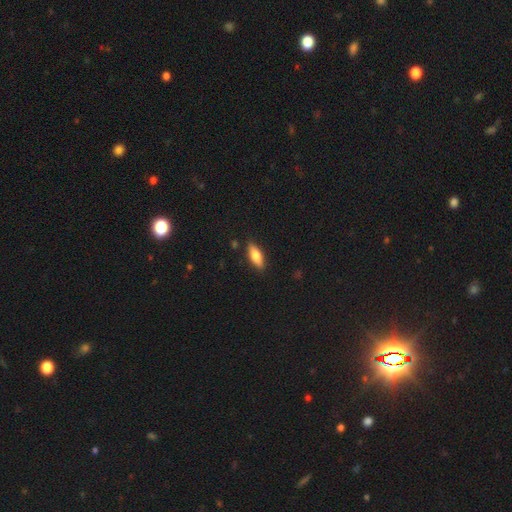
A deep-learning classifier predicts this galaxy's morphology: Q: Smooth or featured?
A: smooth (73%); runner-up: featured or disk (21%)
Q: How rounded?
A: in between (66%); runner-up: cigar-shaped (31%)
Q: Merging?
A: none (86%); runner-up: minor disturbance (11%)